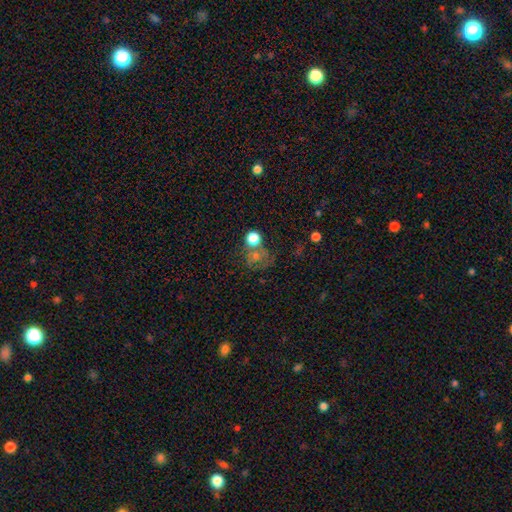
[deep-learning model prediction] Smooth or featured? smooth (41%)
Merging? none (50%)